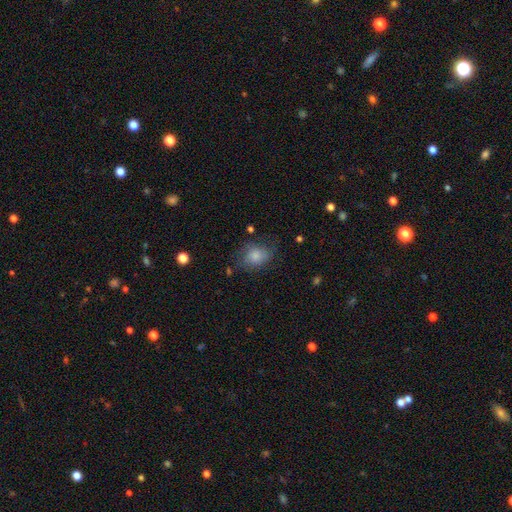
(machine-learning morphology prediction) Smooth or featured? smooth (78%)
How rounded? in between (61%)
Merging? none (61%)